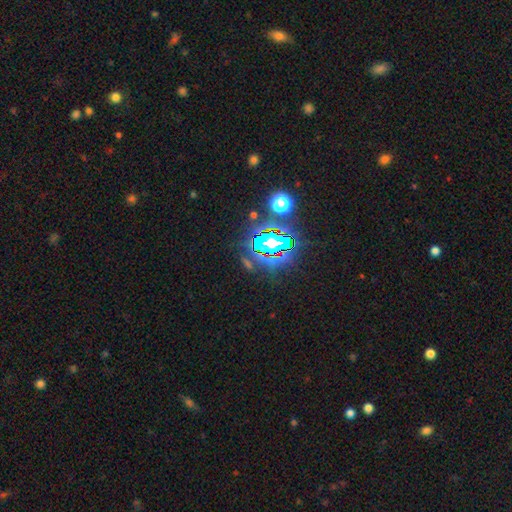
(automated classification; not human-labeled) Q: Smooth or featured?
A: star or artifact (81%); runner-up: smooth (12%)